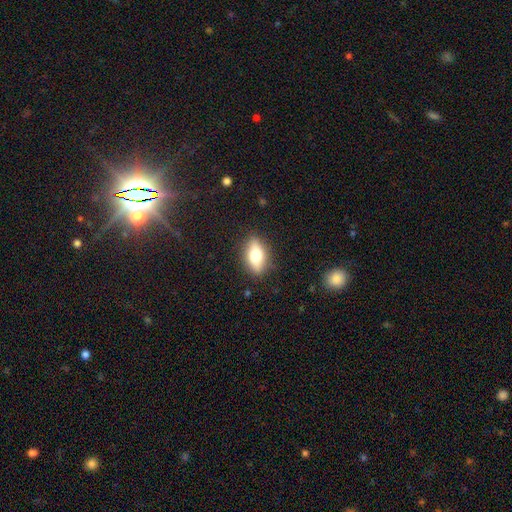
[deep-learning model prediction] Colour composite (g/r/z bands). It shows a smooth galaxy with no disk features (65%) that is in between round and cigar-shaped (81%). Merging: none (85%).